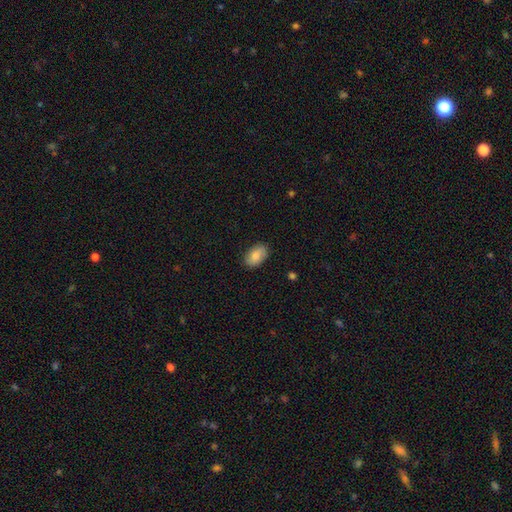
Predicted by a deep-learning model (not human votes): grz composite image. It shows a smooth galaxy with no disk features (85%) that is in between round and cigar-shaped (93%). Merging: none (85%).